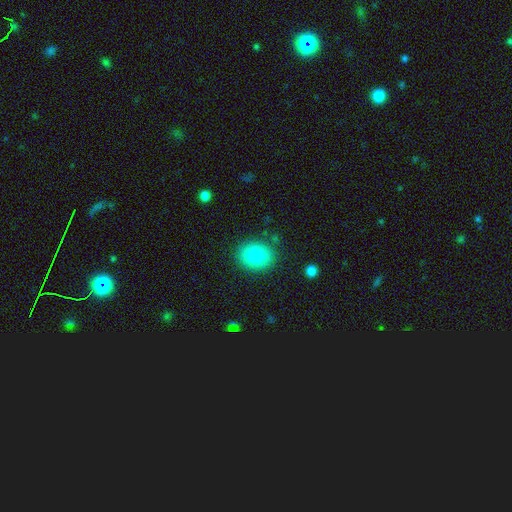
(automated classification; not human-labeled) Morphology: type=smooth (84%); roundness=round (50%); merging=none (85%).